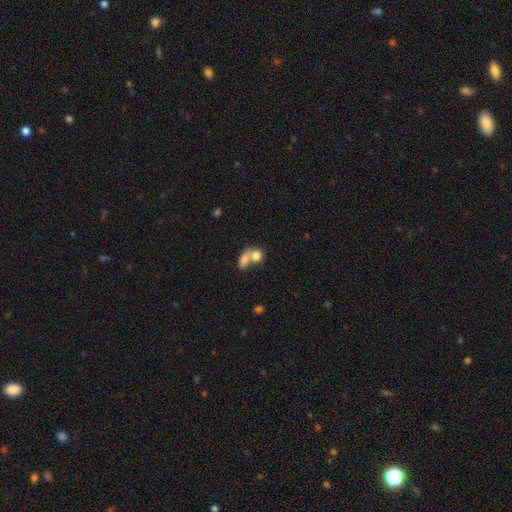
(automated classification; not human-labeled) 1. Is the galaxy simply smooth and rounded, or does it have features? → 77% smooth, 15% featured or disk, 9% star or artifact.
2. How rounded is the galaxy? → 58% in between, 38% round, 4% cigar-shaped.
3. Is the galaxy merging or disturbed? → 67% merger, 21% none, 7% minor disturbance, 5% major disturbance.